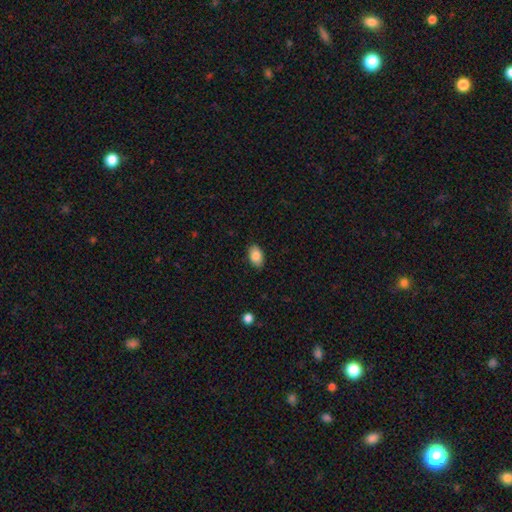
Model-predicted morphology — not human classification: This appears to be a smooth galaxy with no disk features (86%) that is in between round and cigar-shaped (90%). Merging: none (86%).